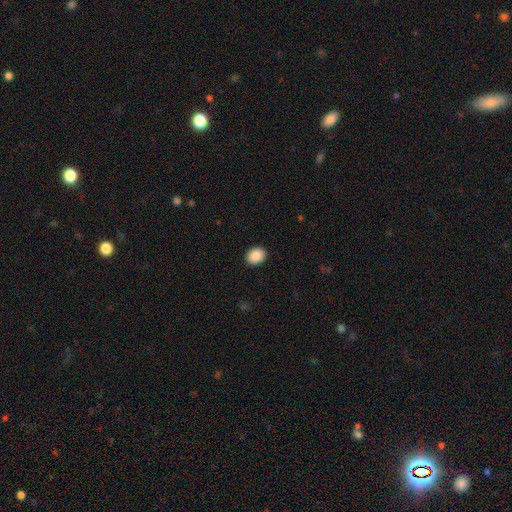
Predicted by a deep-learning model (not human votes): The model was most divided on "how rounded": round: 52%, in between: 48%, cigar-shaped: 1%. More confident: merging — none (91%); smooth or featured — smooth (89%).